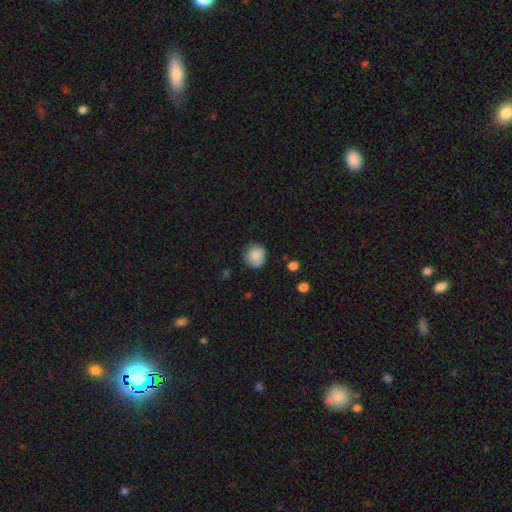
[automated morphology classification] This is clearly a smooth galaxy (87%). How rounded: clearly round (87%). Merging: likely none (78%).